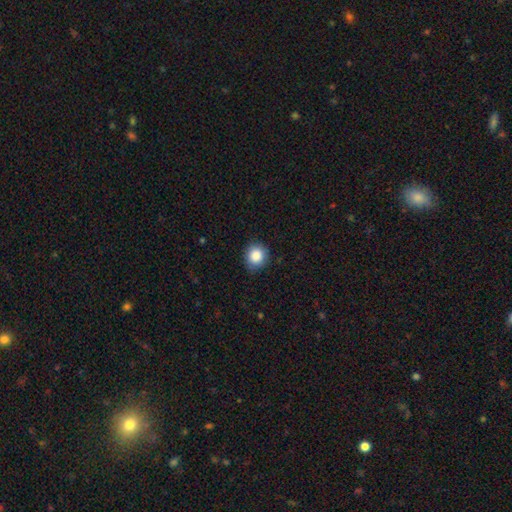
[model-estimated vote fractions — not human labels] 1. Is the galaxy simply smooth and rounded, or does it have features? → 86% smooth, 9% star or artifact, 5% featured or disk.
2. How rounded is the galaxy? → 87% round, 12% in between, 1% cigar-shaped.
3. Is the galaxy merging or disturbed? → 87% none, 10% minor disturbance, 2% major disturbance, 1% merger.